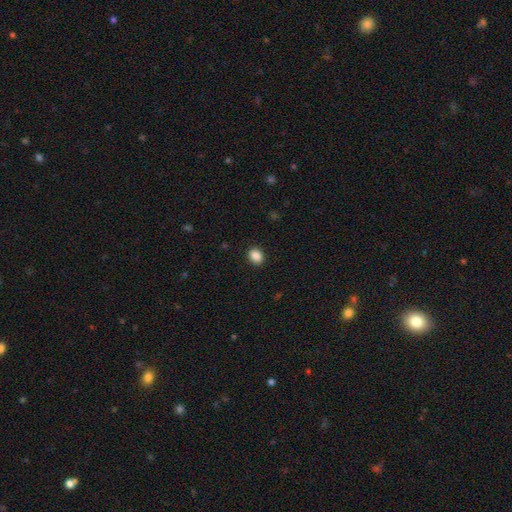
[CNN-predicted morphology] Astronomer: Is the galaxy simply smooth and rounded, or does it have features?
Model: smooth — 88%.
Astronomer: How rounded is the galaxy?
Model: in between — 51% (runner-up: round, 48%).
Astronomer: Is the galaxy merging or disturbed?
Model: none — 91%.